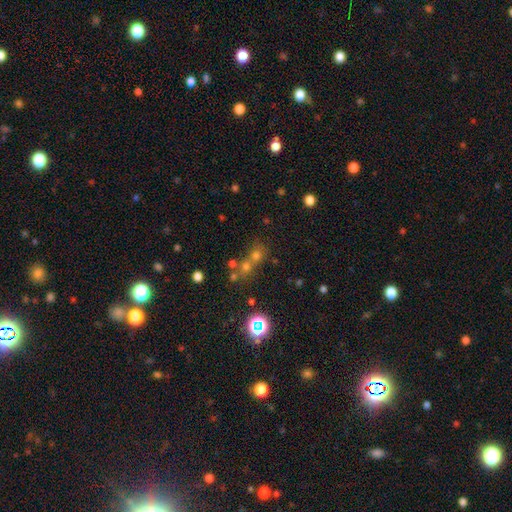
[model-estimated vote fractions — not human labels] Morphology: type=star or artifact (56%).